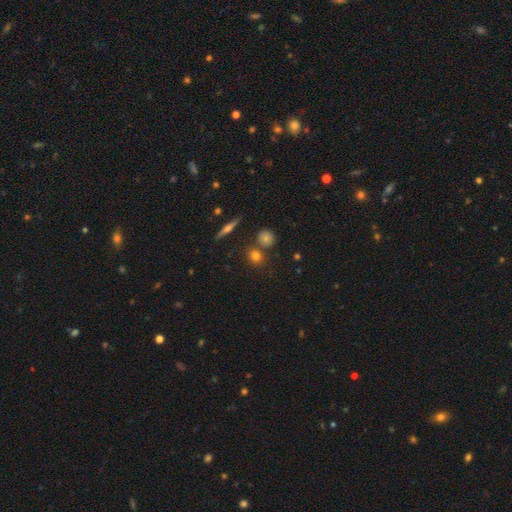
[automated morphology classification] smooth_or_featured: smooth (p=0.74) [alt: featured or disk p=0.14]
how_rounded: round (p=0.80) [alt: in between p=0.17]
merging: none (p=0.73) [alt: merger p=0.15]